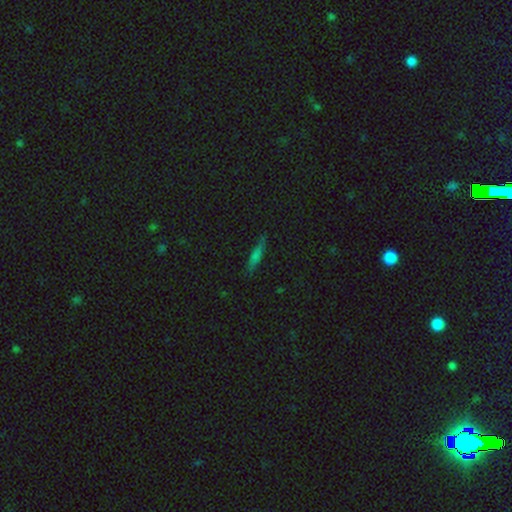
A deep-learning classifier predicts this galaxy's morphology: smooth 53%, featured or disk 33%, star or artifact 14%. Down the decision tree: how rounded — cigar-shaped (84%); merging — none (85%).